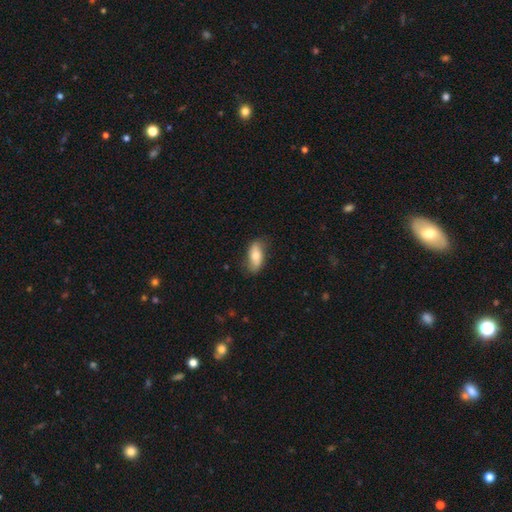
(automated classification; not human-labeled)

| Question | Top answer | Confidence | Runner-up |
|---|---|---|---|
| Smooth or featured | smooth | 69% | featured or disk (25%) |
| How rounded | in between | 84% | cigar-shaped (13%) |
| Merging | none | 74% | minor disturbance (21%) |